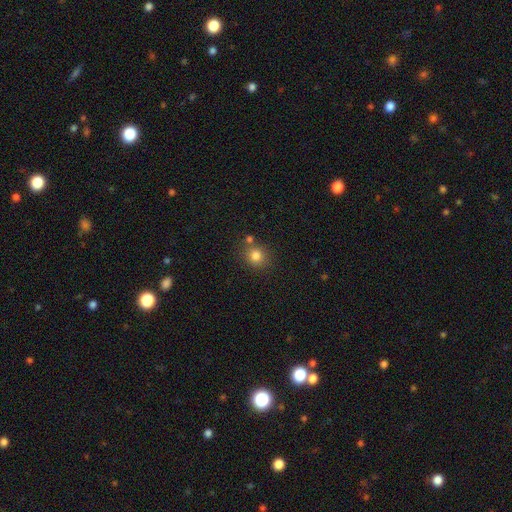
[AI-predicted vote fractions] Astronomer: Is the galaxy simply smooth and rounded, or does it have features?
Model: smooth — 81%.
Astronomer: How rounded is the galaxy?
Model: round — 83%.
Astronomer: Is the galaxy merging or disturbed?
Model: none — 74%.